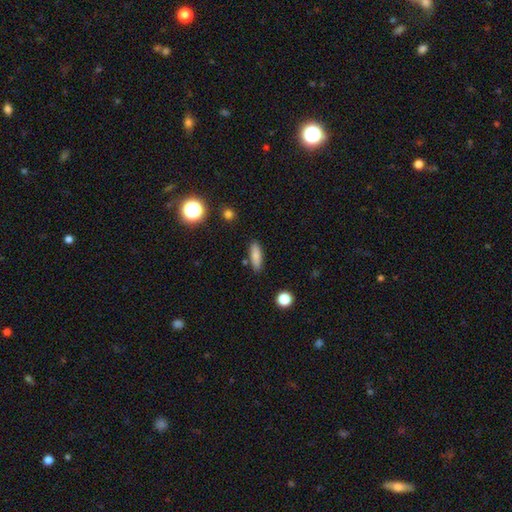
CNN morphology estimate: type=smooth (82%); roundness=in between (52%); merging=none (83%).